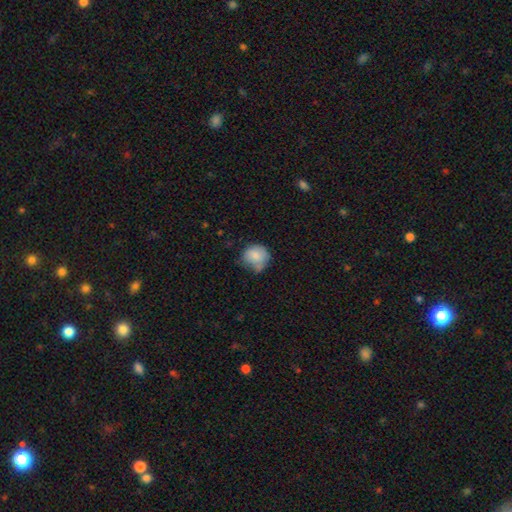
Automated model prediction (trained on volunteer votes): This is likely a smooth galaxy (80%). How rounded: clearly round (82%). Merging: possibly none (50%).